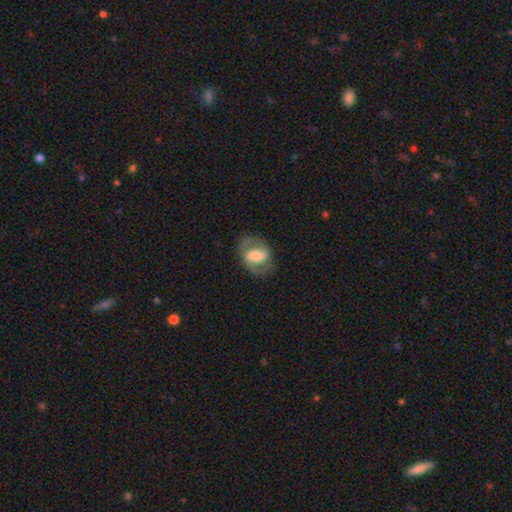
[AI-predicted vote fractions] featured or disk 70%, smooth 24%, star or artifact 6%. Down the decision tree: edge-on disk — no (96%); bar — weak (41%); spiral arms — yes (82%); spiral arm count — 2 (87%); spiral winding — medium (52%); bulge size — moderate (45%); merging — none (76%).